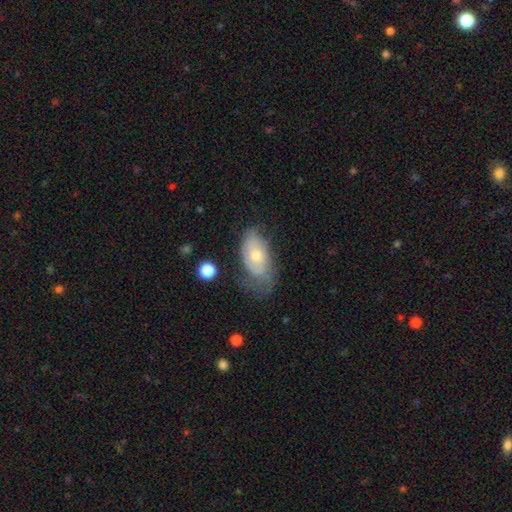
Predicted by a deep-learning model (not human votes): The model was most divided on "smooth or featured": smooth: 48%, featured or disk: 45%, star or artifact: 7%. Remaining: merging — none (40%).